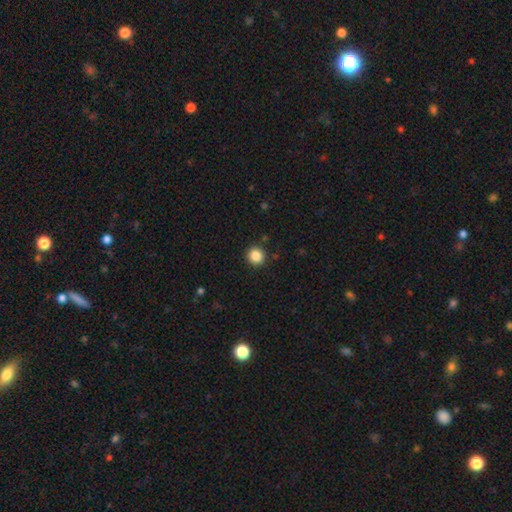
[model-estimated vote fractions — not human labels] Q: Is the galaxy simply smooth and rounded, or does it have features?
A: smooth — 87%.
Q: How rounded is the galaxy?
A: round — 92%.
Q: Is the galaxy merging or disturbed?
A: none — 90%.